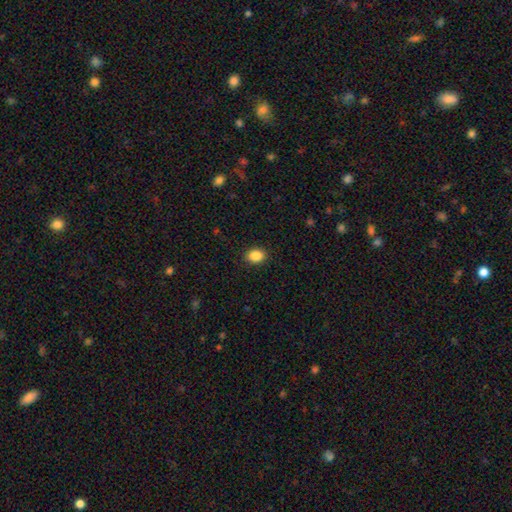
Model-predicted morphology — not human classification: This is clearly a smooth galaxy (88%). How rounded: likely in between (62%). Merging: clearly none (90%).